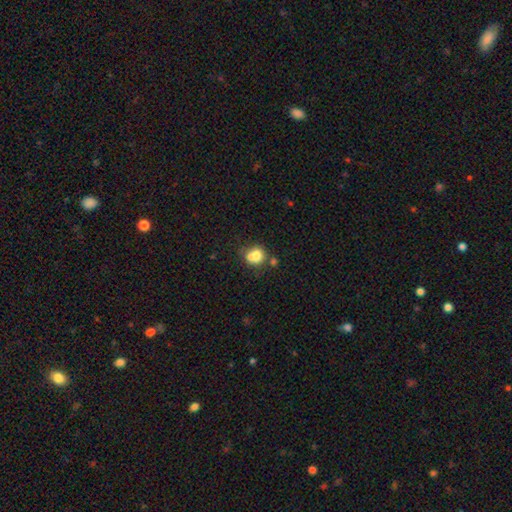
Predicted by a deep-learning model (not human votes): A smooth galaxy with no disk features (74%) that is round (77%). Merging: none (44%).